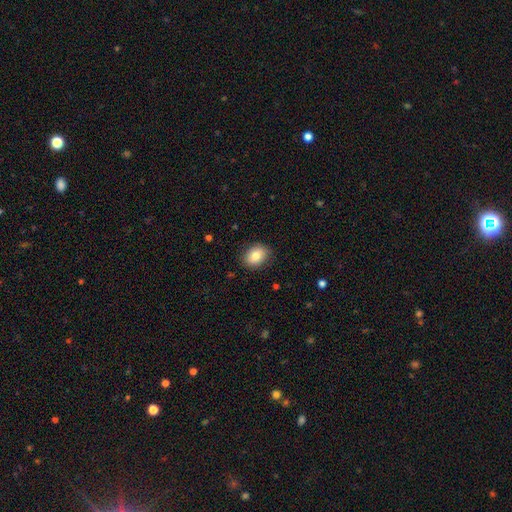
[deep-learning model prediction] The model was most divided on "how rounded": in between: 69%, round: 31%, cigar-shaped: 1%. More confident: merging — none (87%); smooth or featured — smooth (83%).